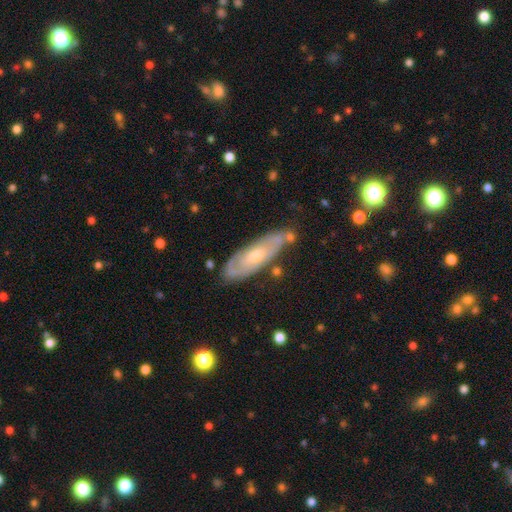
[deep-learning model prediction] A featured or disk galaxy (63%).

Vote fractions:
- Smooth or featured? featured or disk: 63% / smooth: 31% / star or artifact: 6%
- Edge-on disk? no: 76% / yes: 24%
- Merging? none: 69% / minor disturbance: 21% / major disturbance: 5% / merger: 5%